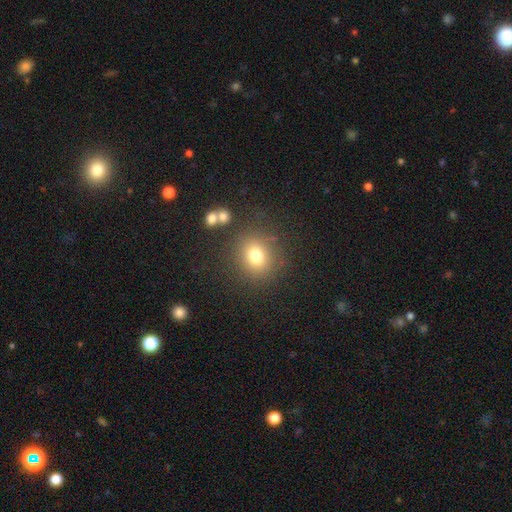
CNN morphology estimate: Smooth or featured? Predicted: smooth (p=0.76). How rounded? Predicted: round (p=0.77). Merging? Predicted: none (p=0.80).